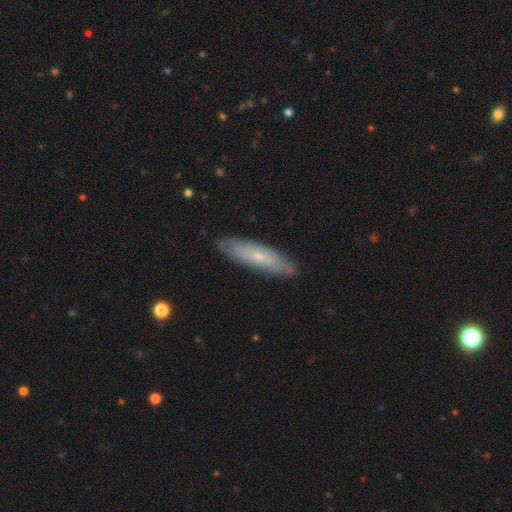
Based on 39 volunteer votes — A smooth galaxy with no disk features (69%) that is cigar-shaped (78%).

Vote fractions:
- Smooth or featured? smooth: 69% / featured or disk: 31% / star or artifact: 0%
- How rounded? cigar-shaped: 78% / in between: 19% / round: 4%
- Merging? none: 90% / minor disturbance: 8% / merger: 3% / major disturbance: 0%